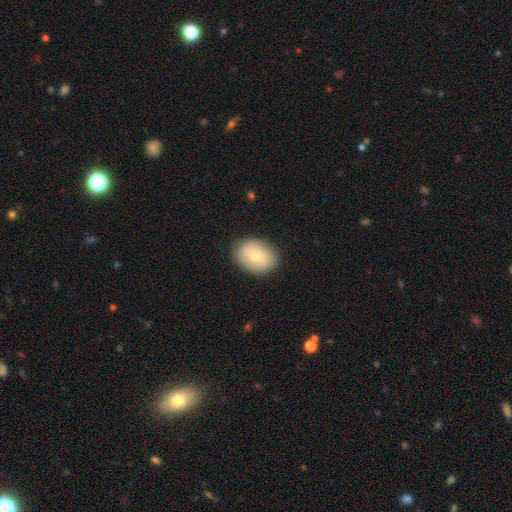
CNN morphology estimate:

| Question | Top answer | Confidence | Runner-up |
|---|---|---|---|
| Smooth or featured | smooth | 66% | featured or disk (27%) |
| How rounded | in between | 65% | round (34%) |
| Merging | none | 86% | minor disturbance (11%) |